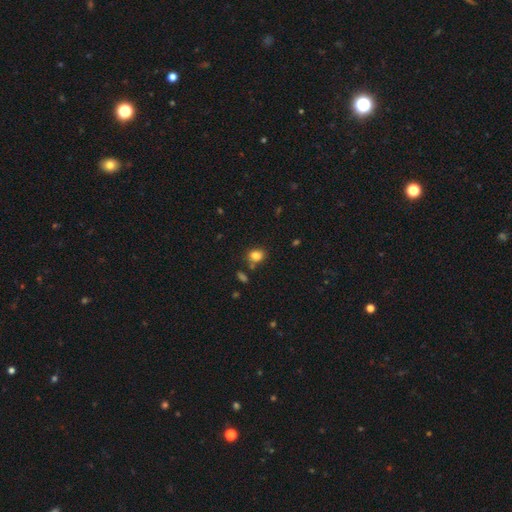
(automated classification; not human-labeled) Q: Smooth or featured?
A: smooth (82%); runner-up: star or artifact (11%)
Q: How rounded?
A: in between (54%); runner-up: round (45%)
Q: Merging?
A: none (72%); runner-up: minor disturbance (15%)